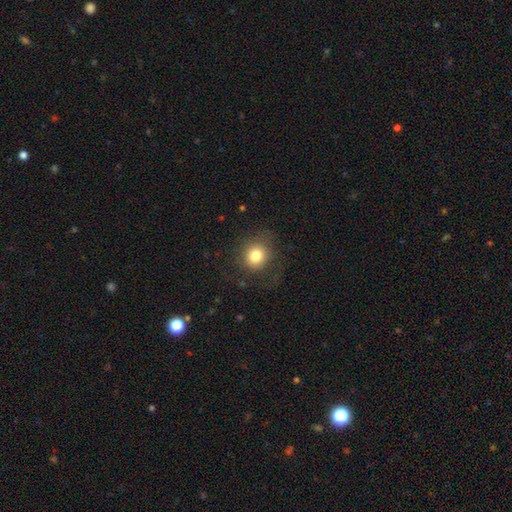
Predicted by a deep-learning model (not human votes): Smooth or featured?
  - smooth: 80% *
  - star or artifact: 11%
  - featured or disk: 9%
How rounded?
  - round: 82% *
  - in between: 17%
  - cigar-shaped: 1%
Merging?
  - none: 75% *
  - minor disturbance: 14%
  - major disturbance: 10%
  - merger: 1%